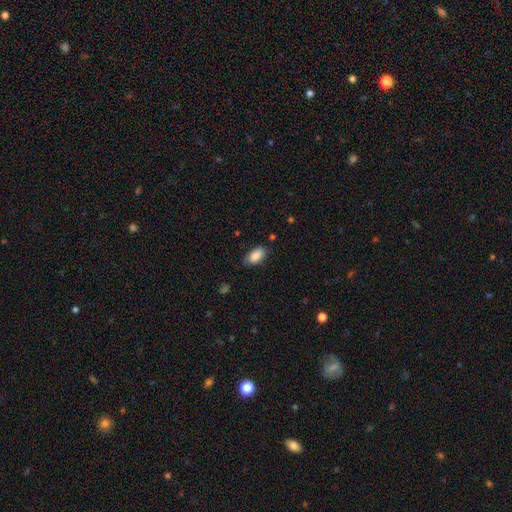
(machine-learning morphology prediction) Q: Smooth or featured?
A: smooth (87%); runner-up: star or artifact (7%)
Q: How rounded?
A: in between (92%); runner-up: cigar-shaped (5%)
Q: Merging?
A: none (74%); runner-up: minor disturbance (20%)